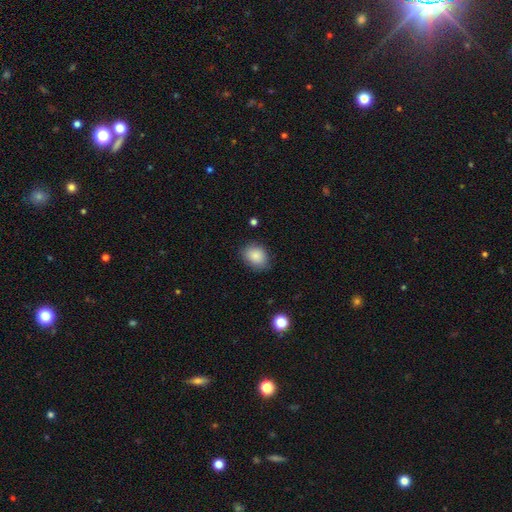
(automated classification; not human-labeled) A smooth galaxy with no disk features (86%) that is in between round and cigar-shaped (55%). Merging: none (82%).